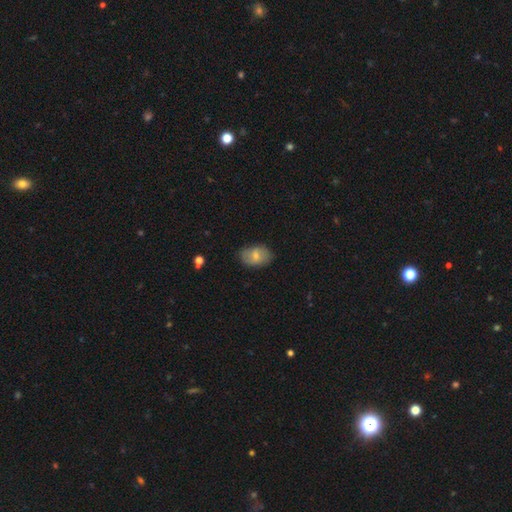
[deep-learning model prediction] Overall: smooth (67%). How rounded: in between (84%). Merging: none (76%).